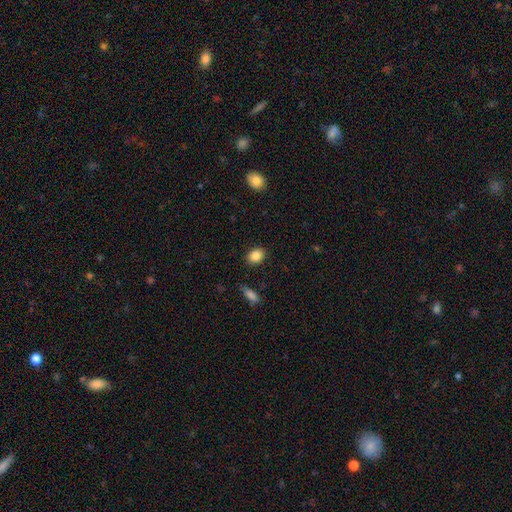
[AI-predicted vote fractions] Smooth or featured? Predicted: smooth (p=0.87). How rounded? Predicted: in between (p=0.59). Merging? Predicted: none (p=0.87).